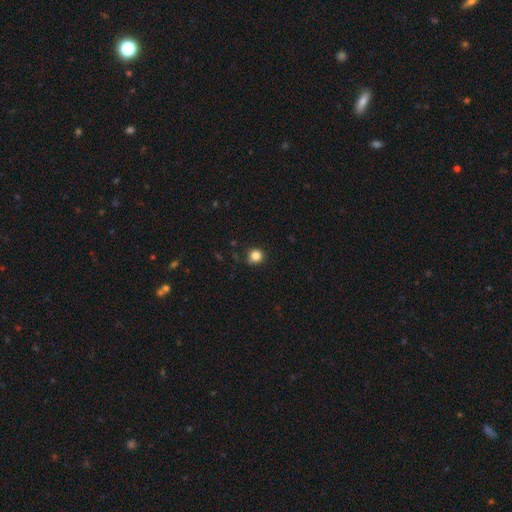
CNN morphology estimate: A smooth galaxy with no disk features (84%) that is round (88%).

Vote fractions:
- Smooth or featured? smooth: 84% / star or artifact: 12% / featured or disk: 5%
- How rounded? round: 88% / in between: 11% / cigar-shaped: 1%
- Merging? none: 78% / minor disturbance: 17% / major disturbance: 3% / merger: 2%